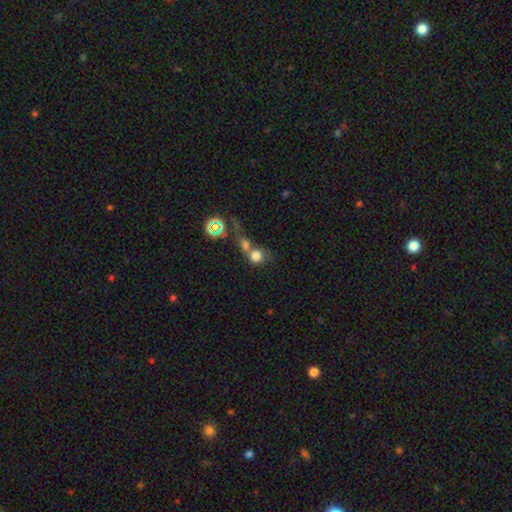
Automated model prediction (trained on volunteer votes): This appears to be a smooth galaxy with no disk features (73%) that is round (82%). Merging: merger (54%).